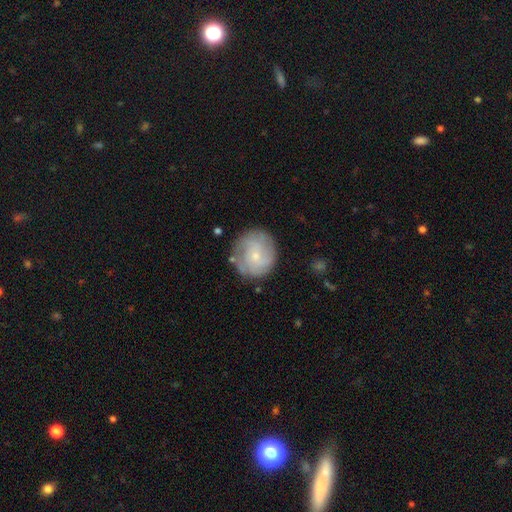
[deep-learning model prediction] Overall: featured or disk (56%; smooth 37%). Edge-on disk: no (98%). Bar: no (75%). Spiral arms: yes (81%). Bulge size: small (73%). Merging: none (76%).